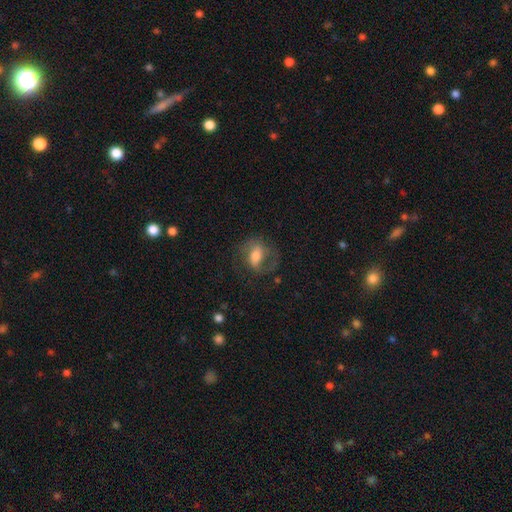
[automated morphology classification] Smooth or featured? featured or disk (52%)
Edge-on disk? no (95%)
Merging? none (56%)